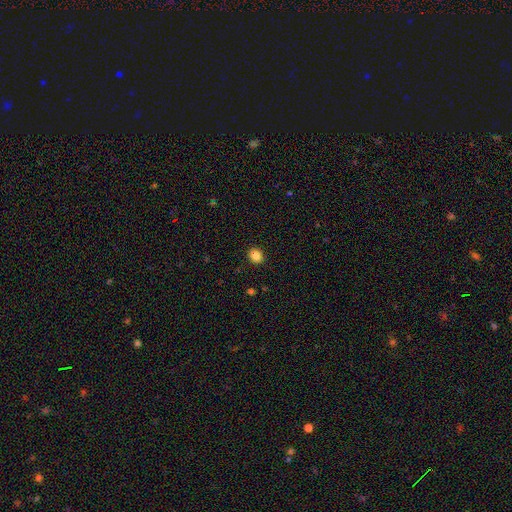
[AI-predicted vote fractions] Q: Smooth or featured?
A: smooth (86%); runner-up: star or artifact (10%)
Q: How rounded?
A: round (68%); runner-up: in between (31%)
Q: Merging?
A: none (91%); runner-up: minor disturbance (6%)